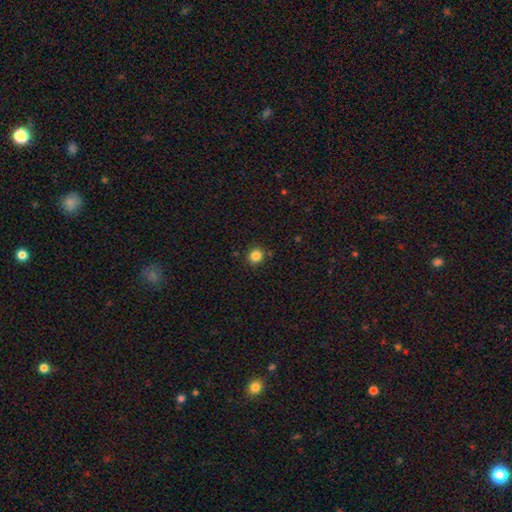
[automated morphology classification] A smooth galaxy with no disk features (84%) that is round (85%).

Vote fractions:
- Smooth or featured? smooth: 84% / star or artifact: 12% / featured or disk: 4%
- How rounded? round: 85% / in between: 14% / cigar-shaped: 1%
- Merging? none: 87% / minor disturbance: 8% / merger: 3% / major disturbance: 2%